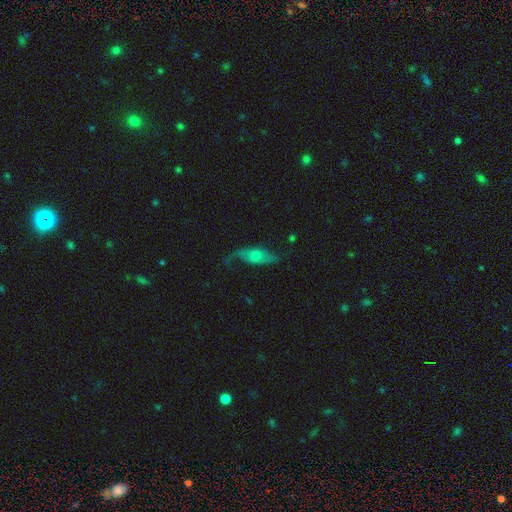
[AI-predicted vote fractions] This appears to be a featured or disk galaxy (53%). Merging: none (53%).